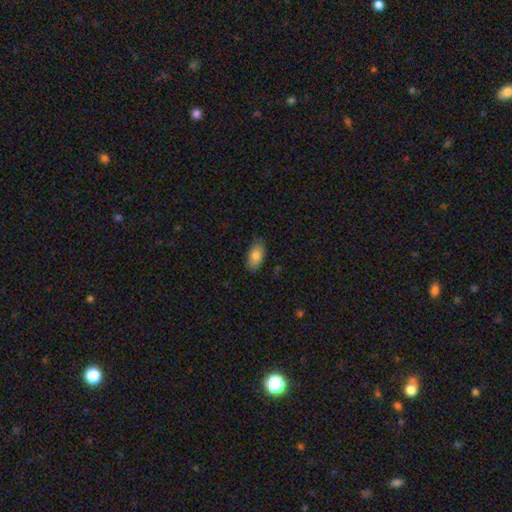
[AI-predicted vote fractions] Q: Smooth or featured?
A: smooth (82%); runner-up: featured or disk (11%)
Q: How rounded?
A: in between (92%); runner-up: cigar-shaped (4%)
Q: Merging?
A: none (85%); runner-up: minor disturbance (12%)